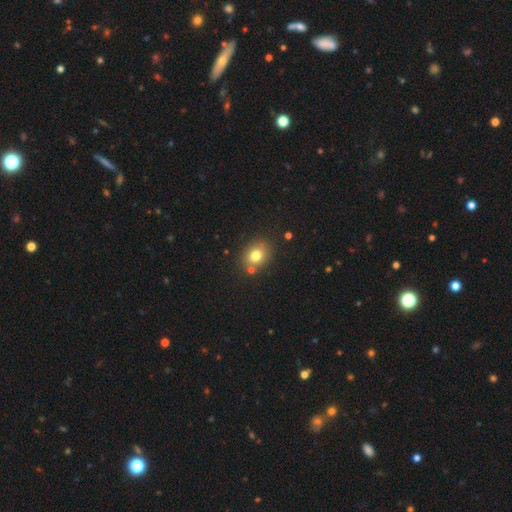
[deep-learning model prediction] This is likely a smooth galaxy (77%). How rounded: possibly round (57%). Merging: likely none (77%).